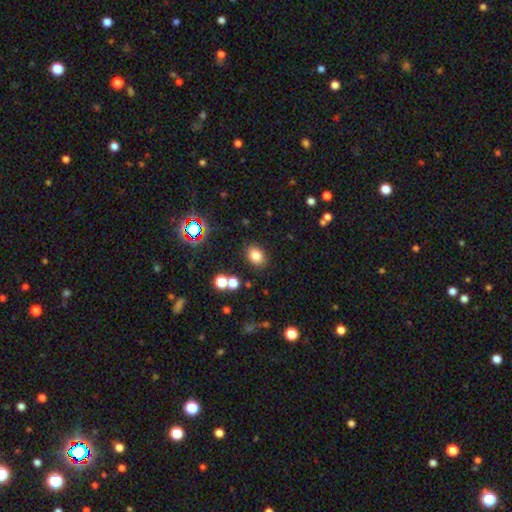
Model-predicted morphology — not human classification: Smooth or featured? Predicted: smooth (p=0.79). How rounded? Predicted: in between (p=0.62). Merging? Predicted: none (p=0.84).